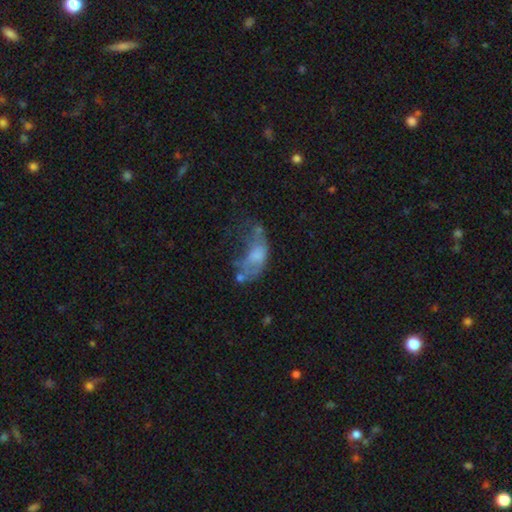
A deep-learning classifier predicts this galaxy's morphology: This appears to be a smooth galaxy with no disk features (49%). Merging: major disturbance (45%).